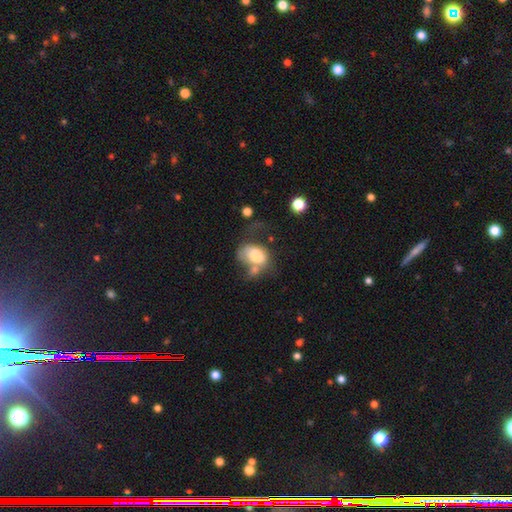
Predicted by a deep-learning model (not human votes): A smooth galaxy with no disk features (69%) that is in between round and cigar-shaped (73%).

Vote fractions:
- Smooth or featured? smooth: 69% / featured or disk: 23% / star or artifact: 8%
- How rounded? in between: 73% / round: 26% / cigar-shaped: 1%
- Merging? merger: 30% / none: 25% / major disturbance: 24% / minor disturbance: 20%